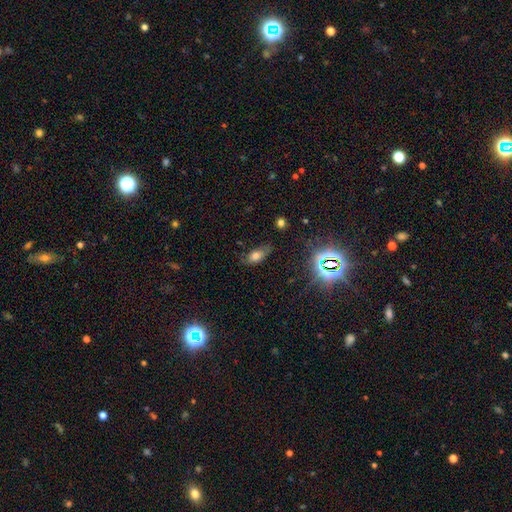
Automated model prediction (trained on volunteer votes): smooth_or_featured: smooth (p=0.66) [alt: featured or disk p=0.18]
how_rounded: in between (p=0.84) [alt: cigar-shaped p=0.09]
merging: none (p=0.63) [alt: minor disturbance p=0.26]